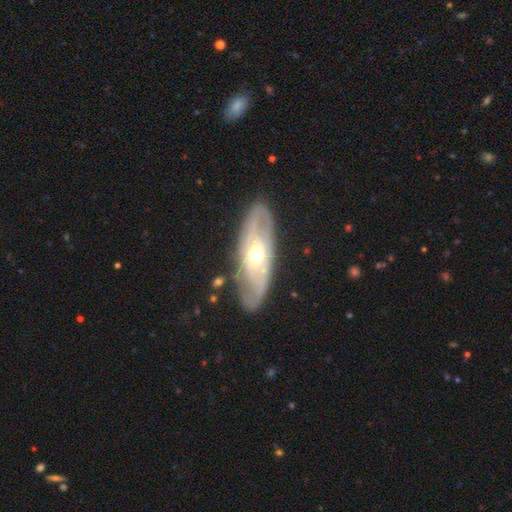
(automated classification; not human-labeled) Smooth or featured? Predicted: featured or disk (p=0.76). Edge-on disk? Predicted: no (p=0.83). Bar? Predicted: no (p=0.61). Spiral arms? Predicted: yes (p=0.72). Bulge size? Predicted: moderate (p=0.63). Merging? Predicted: none (p=0.81).